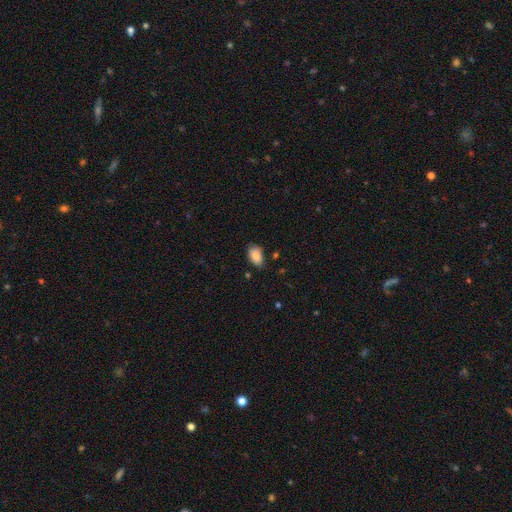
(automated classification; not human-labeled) Morphology: type=smooth (89%); roundness=in between (90%); merging=none (77%).